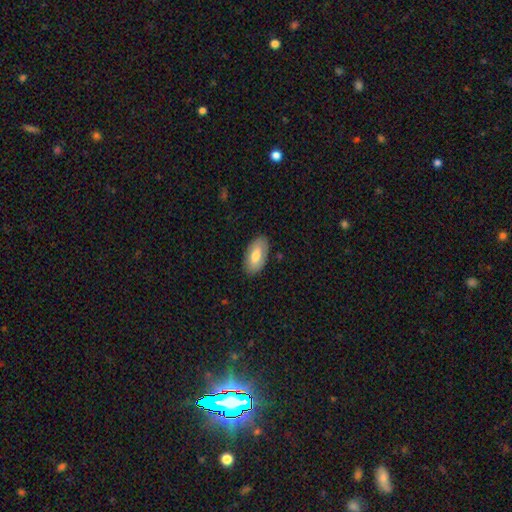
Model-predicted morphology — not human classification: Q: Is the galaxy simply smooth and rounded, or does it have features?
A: smooth — 68%.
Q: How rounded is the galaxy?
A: in between — 93%.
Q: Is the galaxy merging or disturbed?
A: none — 85%.